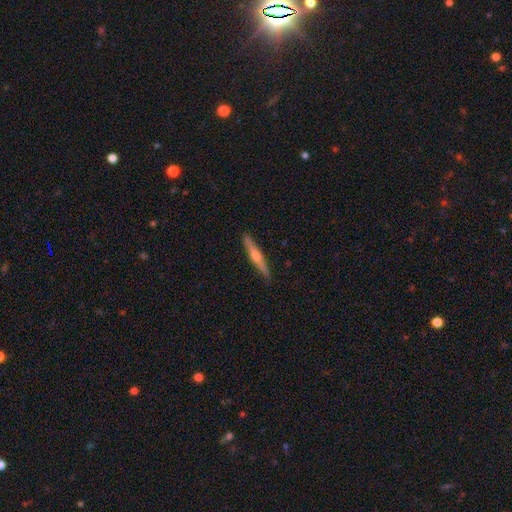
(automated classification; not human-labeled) Q: Smooth or featured?
A: featured or disk (63%); runner-up: smooth (31%)
Q: Edge-on disk?
A: yes (97%); runner-up: no (3%)
Q: Edge-on bulge?
A: rounded (85%); runner-up: none (9%)
Q: Merging?
A: none (90%); runner-up: minor disturbance (7%)